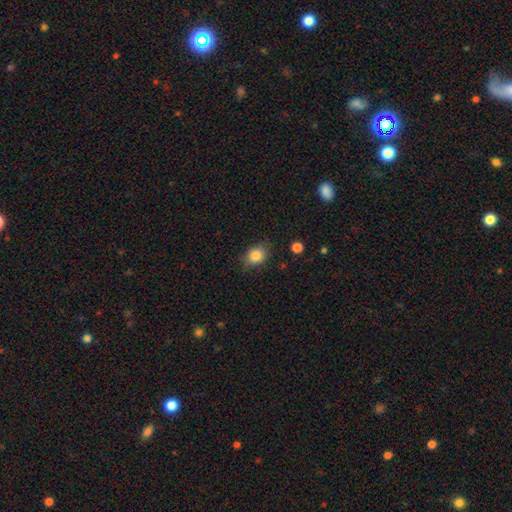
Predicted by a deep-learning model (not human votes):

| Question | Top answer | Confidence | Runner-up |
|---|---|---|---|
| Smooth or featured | smooth | 84% | star or artifact (10%) |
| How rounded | in between | 54% | round (44%) |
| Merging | none | 78% | minor disturbance (17%) |